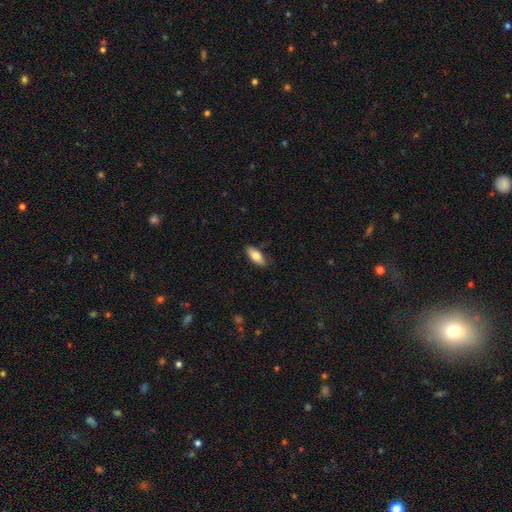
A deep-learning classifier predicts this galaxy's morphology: Smooth or featured?
  - smooth: 76% *
  - featured or disk: 17%
  - star or artifact: 6%
How rounded?
  - in between: 79% *
  - cigar-shaped: 18%
  - round: 2%
Merging?
  - none: 82% *
  - minor disturbance: 14%
  - major disturbance: 2%
  - merger: 1%